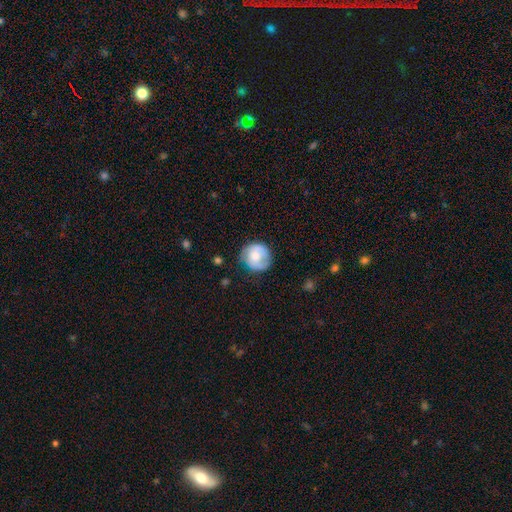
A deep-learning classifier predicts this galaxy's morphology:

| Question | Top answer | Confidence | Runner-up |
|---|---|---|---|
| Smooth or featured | smooth | 61% | featured or disk (32%) |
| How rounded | round | 87% | in between (12%) |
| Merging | none | 65% | minor disturbance (25%) |